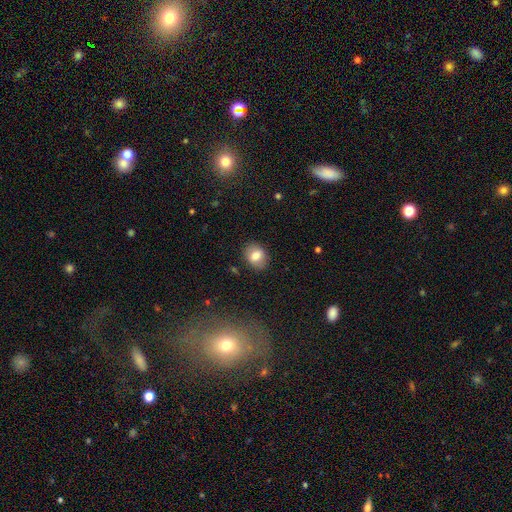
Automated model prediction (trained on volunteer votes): This is likely a smooth galaxy (78%). How rounded: possibly in between (55%). Merging: clearly none (86%).